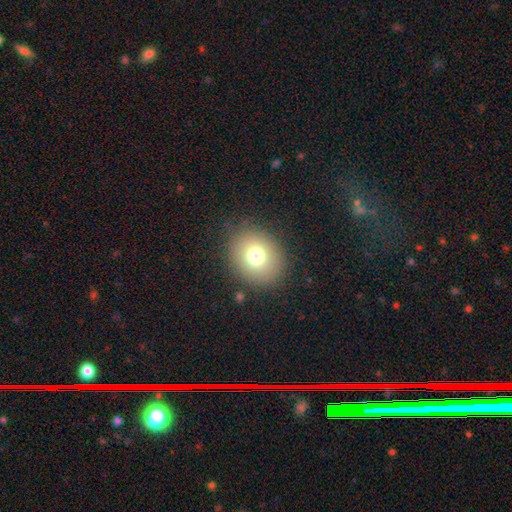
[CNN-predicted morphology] The model was most divided on "how rounded": round: 63%, in between: 36%, cigar-shaped: 1%. More confident: merging — none (86%); smooth or featured — smooth (76%).